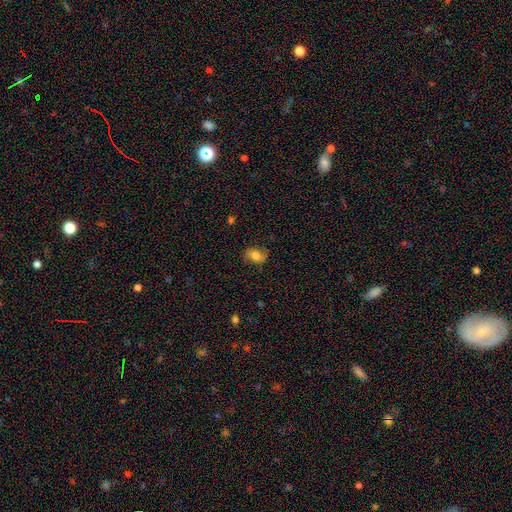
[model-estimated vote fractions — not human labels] smooth_or_featured: smooth (p=0.75) [alt: featured or disk p=0.17]
how_rounded: in between (p=0.80) [alt: round p=0.18]
merging: none (p=0.79) [alt: minor disturbance p=0.16]